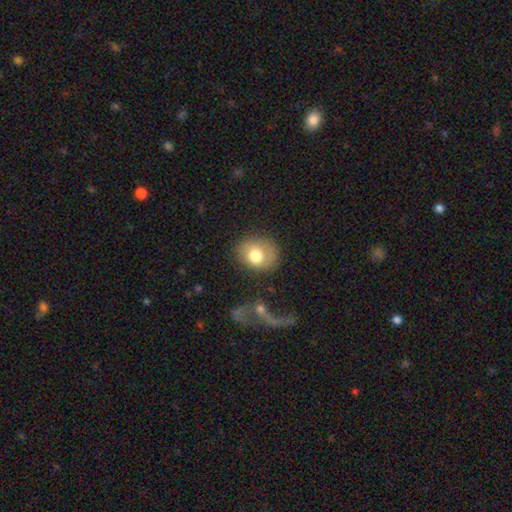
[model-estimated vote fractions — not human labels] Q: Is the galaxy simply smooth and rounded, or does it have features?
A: smooth — 73%.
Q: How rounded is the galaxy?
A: round — 60%.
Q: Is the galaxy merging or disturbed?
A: none — 73%.